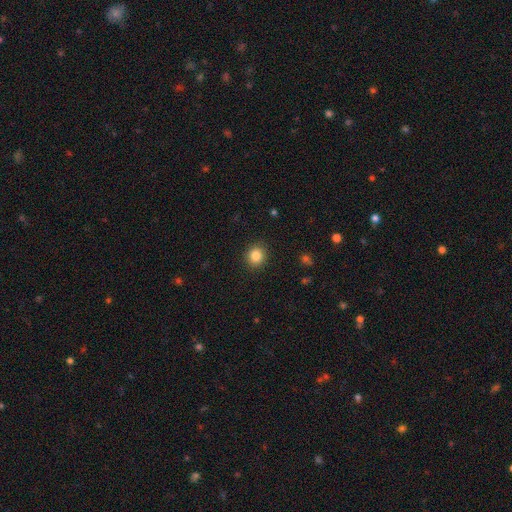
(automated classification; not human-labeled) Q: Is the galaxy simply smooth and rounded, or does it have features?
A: smooth — 85%.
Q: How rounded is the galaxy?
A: round — 85%.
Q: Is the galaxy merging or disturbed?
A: none — 90%.